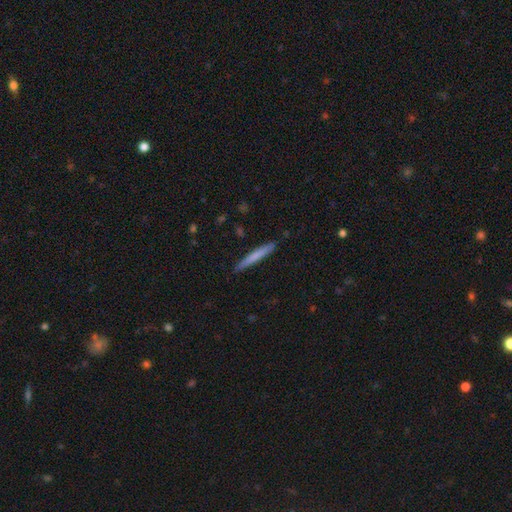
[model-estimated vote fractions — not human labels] smooth-or-featured: smooth: 68% | featured or disk: 27% | star or artifact: 6%
  how-rounded: cigar-shaped: 96% | in between: 2% | round: 1%
  merging: none: 89% | minor disturbance: 8% | major disturbance: 1% | merger: 1%